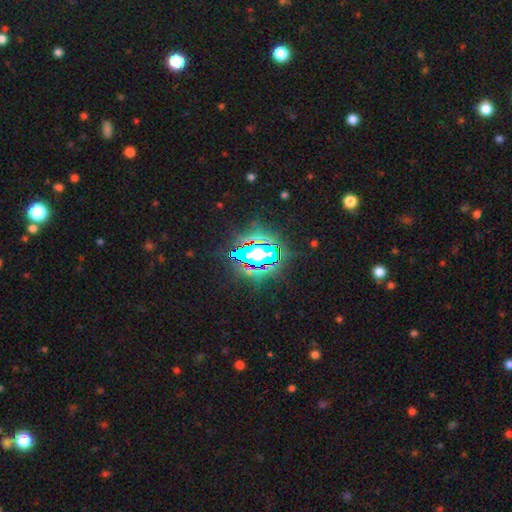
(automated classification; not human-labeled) Q: Smooth or featured?
A: star or artifact (83%); runner-up: smooth (10%)